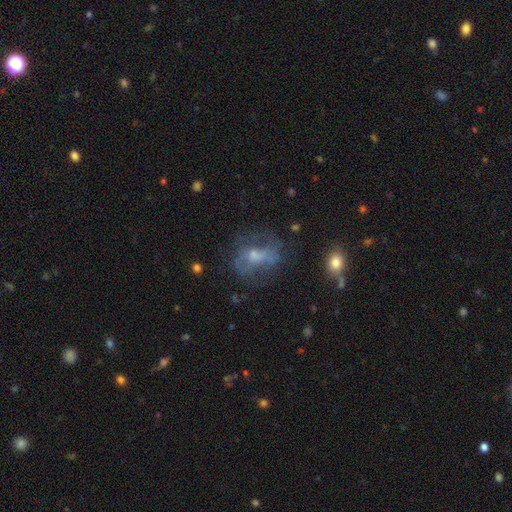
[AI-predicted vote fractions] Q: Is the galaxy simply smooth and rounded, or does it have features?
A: featured or disk — 55%.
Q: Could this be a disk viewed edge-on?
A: no — 95%.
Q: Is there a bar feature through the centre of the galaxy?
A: no — 59%.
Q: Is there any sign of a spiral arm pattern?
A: no — 52%.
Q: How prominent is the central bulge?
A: small — 41%.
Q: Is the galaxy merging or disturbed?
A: none — 48%.